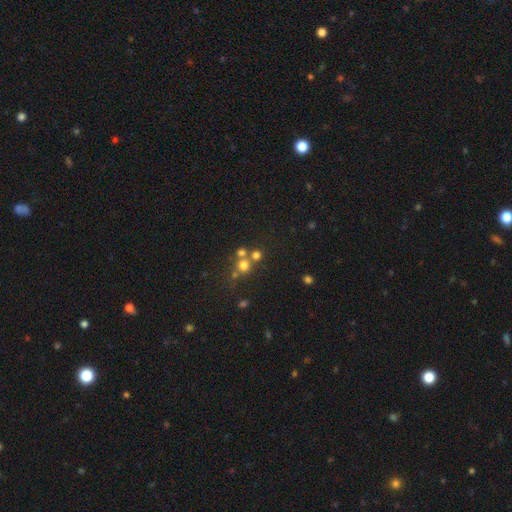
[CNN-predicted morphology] Smooth or featured? Predicted: smooth (p=0.63). How rounded? Predicted: round (p=0.89). Merging? Predicted: none (p=0.51).